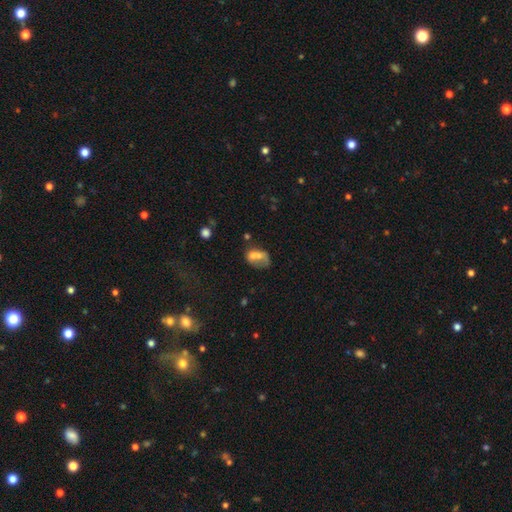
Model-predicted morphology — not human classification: This appears to be a smooth galaxy with no disk features (58%) that is in between round and cigar-shaped (71%). Merging: merger (42%).